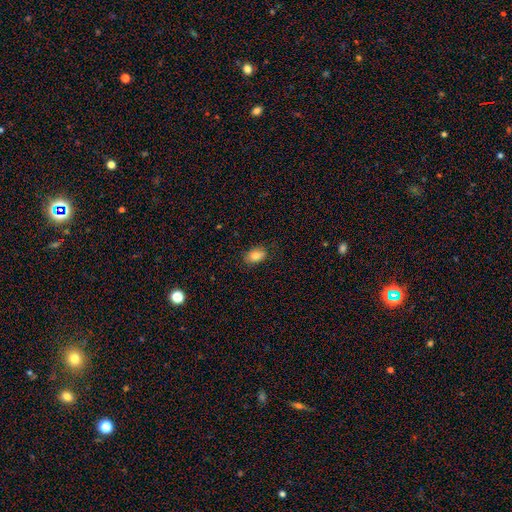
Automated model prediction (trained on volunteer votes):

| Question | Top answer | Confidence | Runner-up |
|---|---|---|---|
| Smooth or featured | smooth | 83% | star or artifact (8%) |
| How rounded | in between | 85% | round (13%) |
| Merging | none | 83% | minor disturbance (13%) |